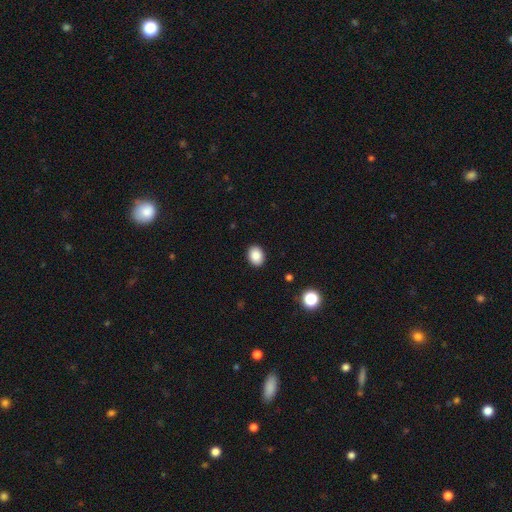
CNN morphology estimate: Smooth or featured? smooth (87%)
How rounded? in between (66%)
Merging? none (90%)